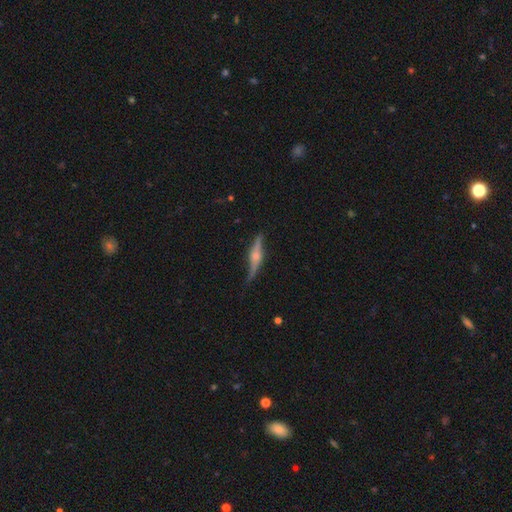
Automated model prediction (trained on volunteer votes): This appears to be a featured or disk galaxy (76%) viewed edge-on (93%) with a rounded central bulge (85%). Merging: none (76%).